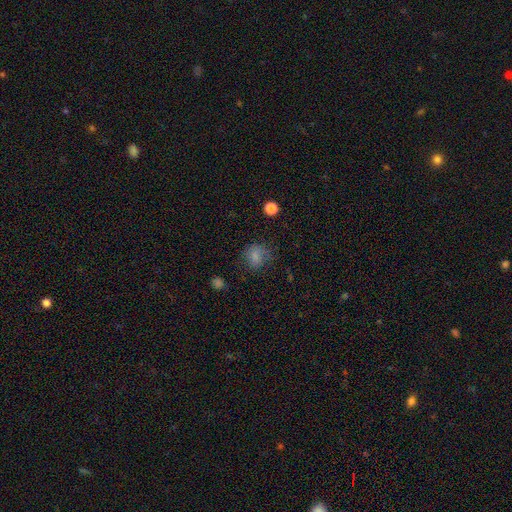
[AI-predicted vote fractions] A smooth galaxy with no disk features (76%) that is round (66%). Merging: none (60%).